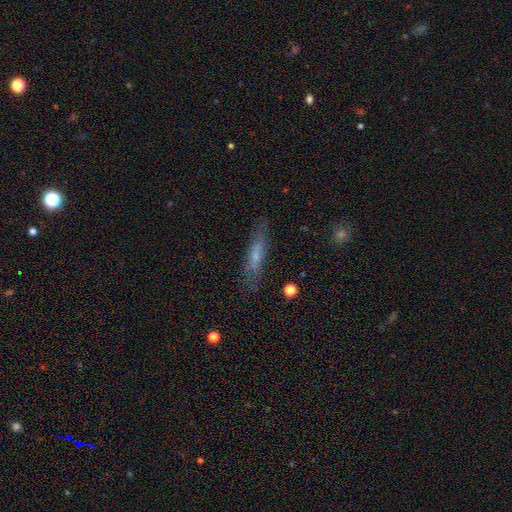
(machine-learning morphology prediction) This is possibly a smooth galaxy (57%). How rounded: likely cigar-shaped (80%). Merging: likely none (77%).